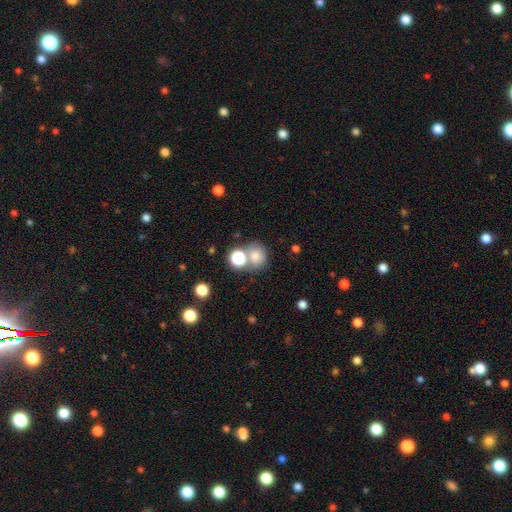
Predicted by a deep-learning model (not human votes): Smooth or featured? Predicted: smooth (p=0.77). How rounded? Predicted: round (p=0.77). Merging? Predicted: none (p=0.55).